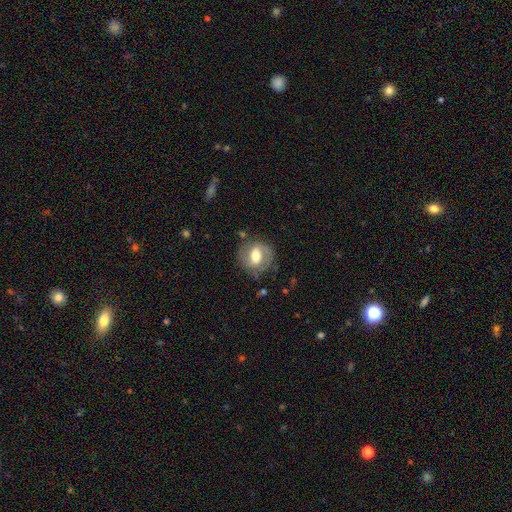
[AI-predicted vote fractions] Smooth or featured: featured or disk — 56% (smooth — 38%)
Edge-on disk: no — 95% (yes — 5%)
Bar: weak — 45% (strong — 29%)
Spiral arms: yes — 69% (no — 31%)
Bulge size: moderate — 56% (large — 30%)
Merging: none — 71% (minor disturbance — 18%)